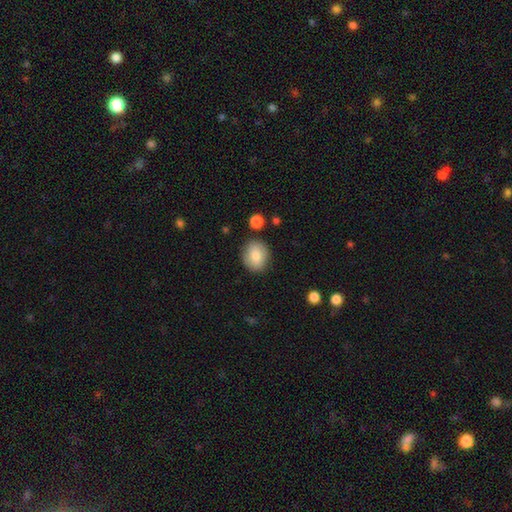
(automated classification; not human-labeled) Smooth or featured? Predicted: smooth (p=0.82). How rounded? Predicted: round (p=0.64). Merging? Predicted: none (p=0.83).